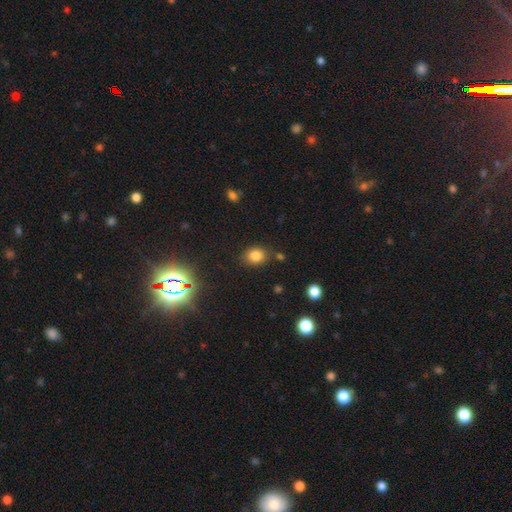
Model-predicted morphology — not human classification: A smooth galaxy with no disk features (81%) that is round (55%).

Vote fractions:
- Smooth or featured? smooth: 81% / star or artifact: 13% / featured or disk: 6%
- How rounded? round: 55% / in between: 44% / cigar-shaped: 1%
- Merging? none: 79% / minor disturbance: 13% / merger: 5% / major disturbance: 4%